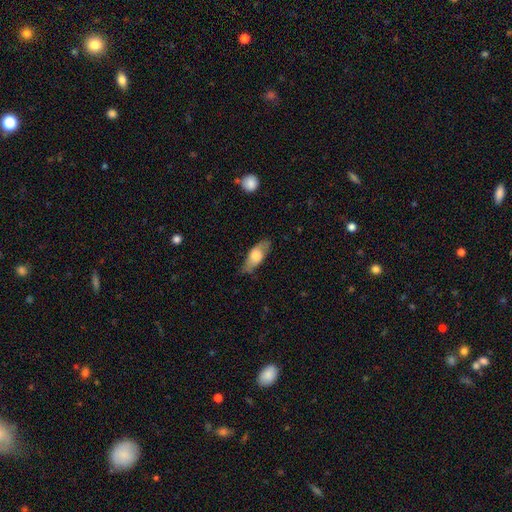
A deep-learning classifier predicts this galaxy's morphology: A smooth galaxy with no disk features (64%) that is in between round and cigar-shaped (74%). Merging: none (69%).